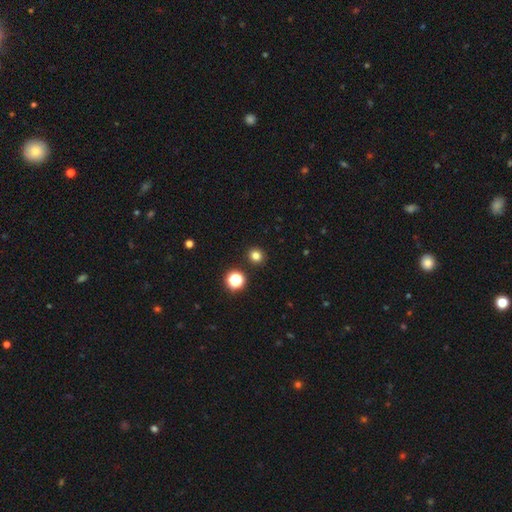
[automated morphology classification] A smooth galaxy with no disk features (79%) that is round (86%). Merging: none (91%).